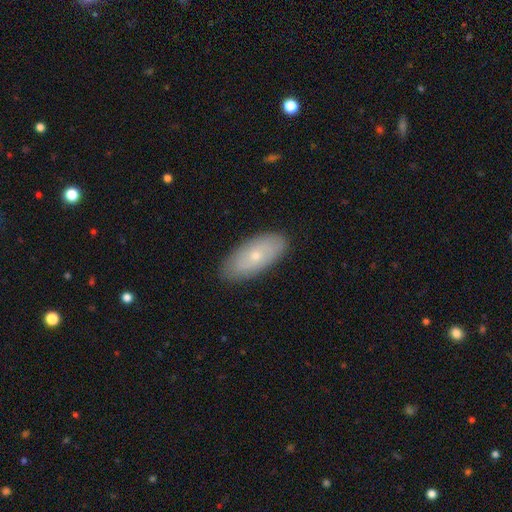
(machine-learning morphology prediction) A smooth galaxy with no disk features (58%) that is in between round and cigar-shaped (89%). Merging: none (87%).